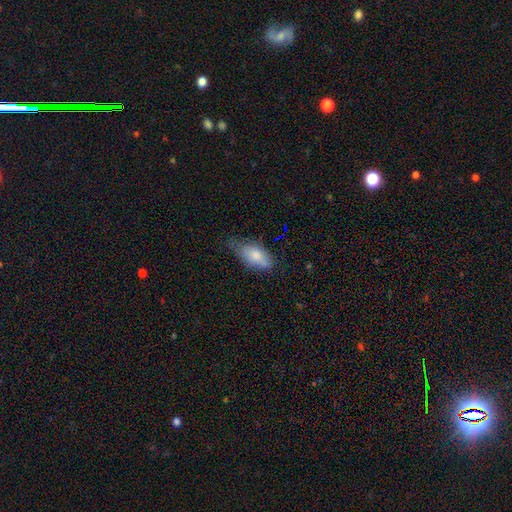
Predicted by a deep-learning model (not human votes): Smooth or featured?
  - smooth: 76% *
  - featured or disk: 17%
  - star or artifact: 7%
How rounded?
  - in between: 90% *
  - cigar-shaped: 7%
  - round: 3%
Merging?
  - none: 50% *
  - minor disturbance: 38%
  - major disturbance: 9%
  - merger: 2%